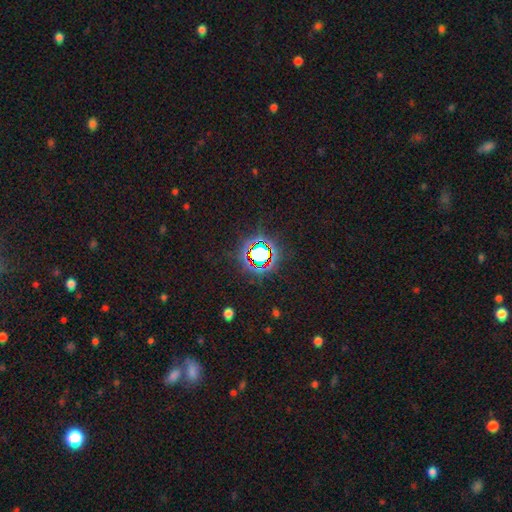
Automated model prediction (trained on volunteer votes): smooth-or-featured: star or artifact: 76% | smooth: 14% | featured or disk: 9%